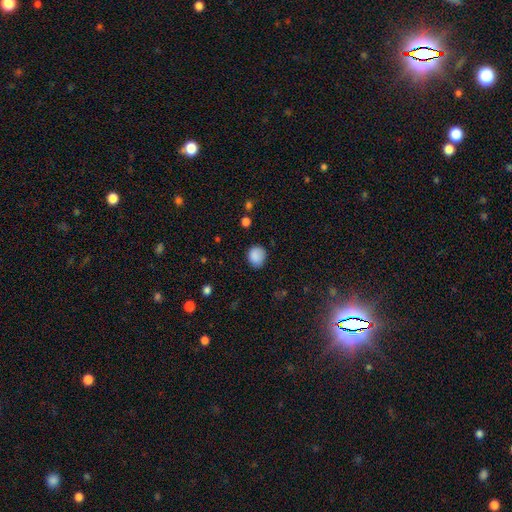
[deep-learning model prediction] A smooth galaxy with no disk features (87%) that is round (70%).

Vote fractions:
- Smooth or featured? smooth: 87% / star or artifact: 9% / featured or disk: 4%
- How rounded? round: 70% / in between: 30% / cigar-shaped: 1%
- Merging? none: 80% / minor disturbance: 15% / major disturbance: 3% / merger: 1%